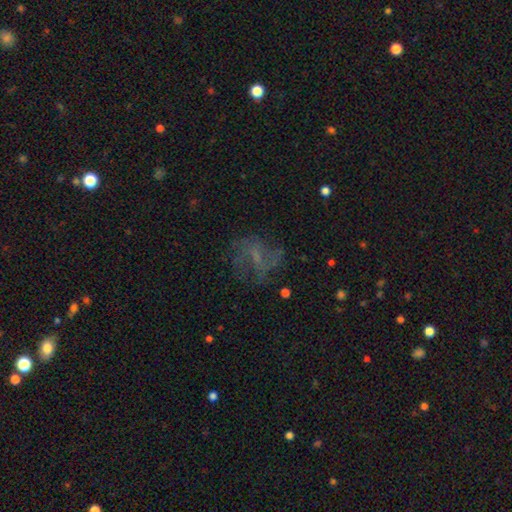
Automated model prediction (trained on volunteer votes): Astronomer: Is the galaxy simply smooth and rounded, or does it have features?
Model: featured or disk — 51% (runner-up: smooth, 28%).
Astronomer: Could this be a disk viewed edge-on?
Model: no — 97%.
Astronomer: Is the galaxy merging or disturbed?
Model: none — 56%.